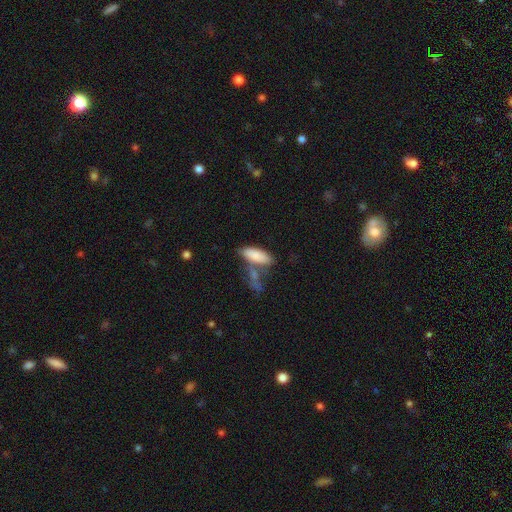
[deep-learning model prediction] Overall: smooth (83%). How rounded: in between (72%). Merging: none (45%; merger 33%).